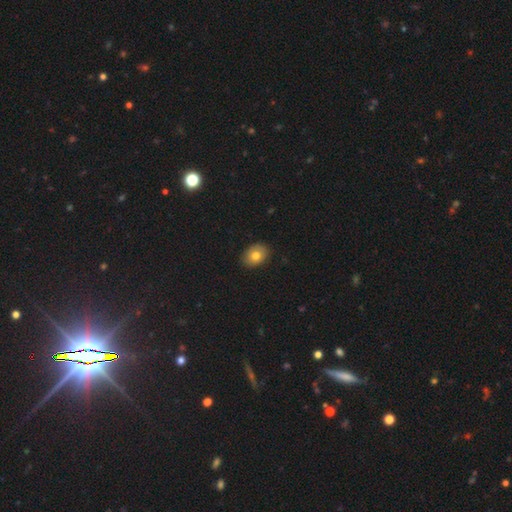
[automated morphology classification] type=smooth (77%); roundness=in between (68%); merging=none (87%).